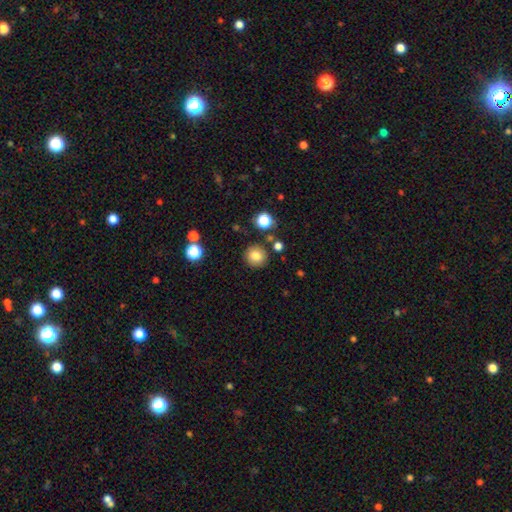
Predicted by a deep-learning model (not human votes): Overall: smooth (81%). How rounded: round (93%). Merging: none (87%).